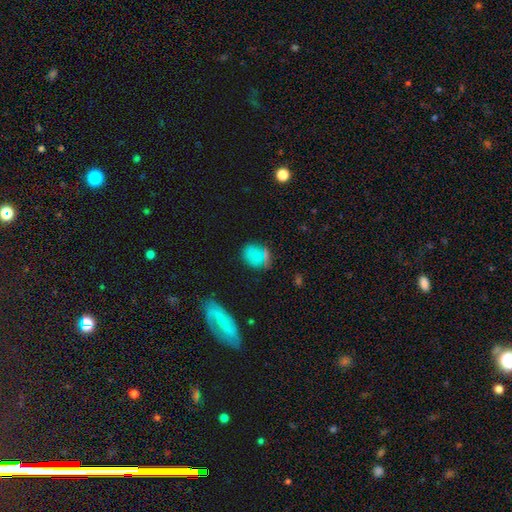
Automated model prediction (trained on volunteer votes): Smooth or featured? smooth (69%)
How rounded? round (56%)
Merging? none (74%)